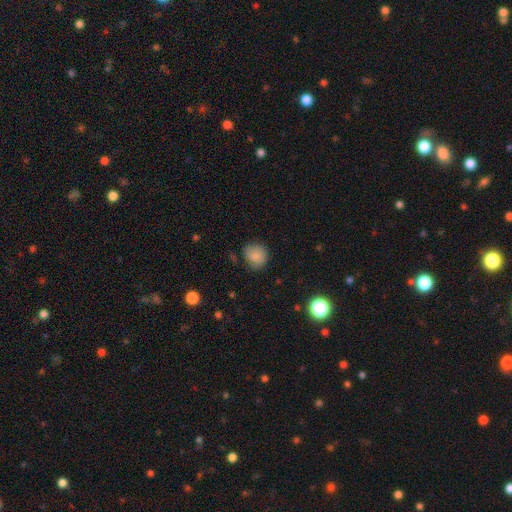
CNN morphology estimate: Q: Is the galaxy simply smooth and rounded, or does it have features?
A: smooth — 84%.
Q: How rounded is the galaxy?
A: round — 80%.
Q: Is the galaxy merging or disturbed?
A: none — 70%.